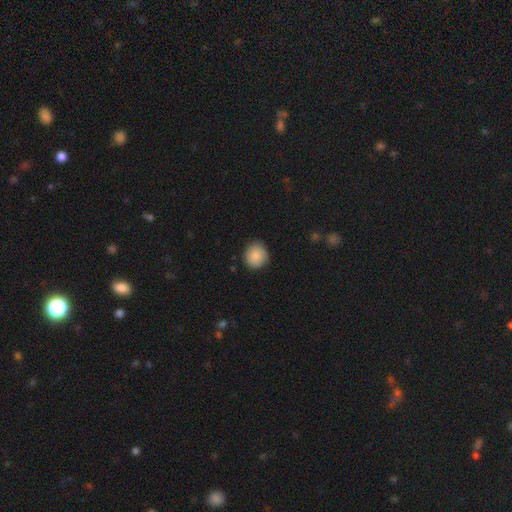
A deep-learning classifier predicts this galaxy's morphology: Overall: smooth (88%). How rounded: round (89%). Merging: none (85%).